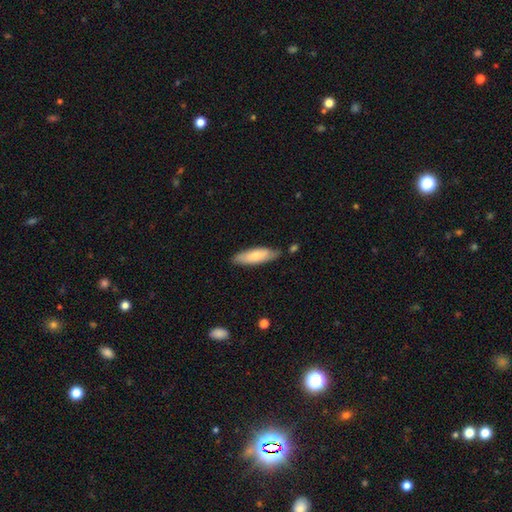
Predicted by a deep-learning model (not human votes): Smooth or featured? smooth (73%)
How rounded? cigar-shaped (50%)
Merging? none (76%)